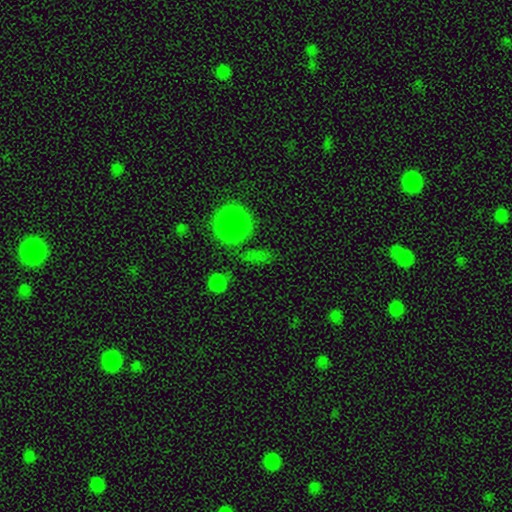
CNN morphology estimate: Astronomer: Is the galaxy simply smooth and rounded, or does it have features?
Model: smooth — 67%.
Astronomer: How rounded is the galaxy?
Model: round — 73%.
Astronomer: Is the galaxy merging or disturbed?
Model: none — 76%.